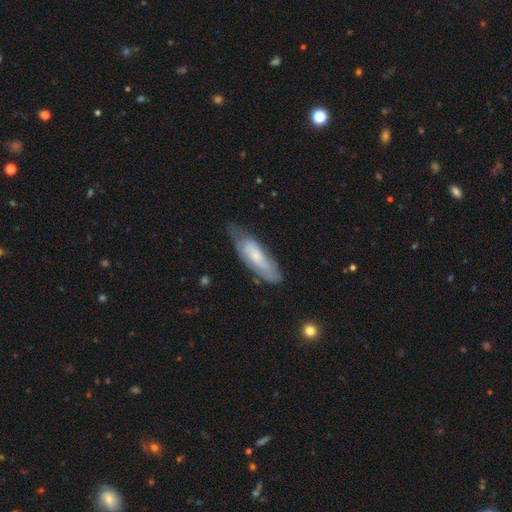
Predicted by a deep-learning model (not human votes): smooth 51%, featured or disk 42%, star or artifact 6%. Down the decision tree: how rounded — in between (53%); merging — none (54%).